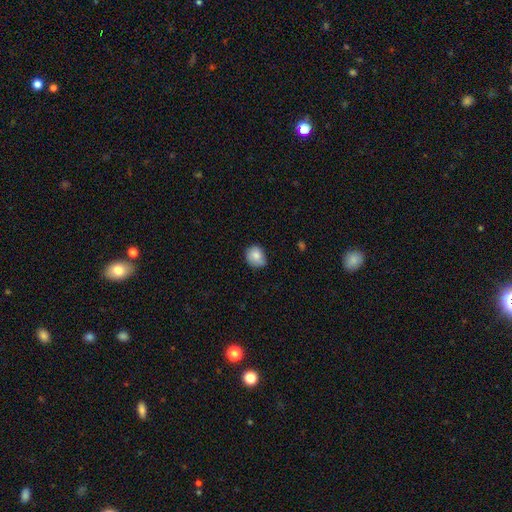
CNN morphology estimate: smooth_or_featured: smooth (p=0.80) [alt: featured or disk p=0.12]
how_rounded: round (p=0.66) [alt: in between p=0.33]
merging: none (p=0.65) [alt: minor disturbance p=0.29]